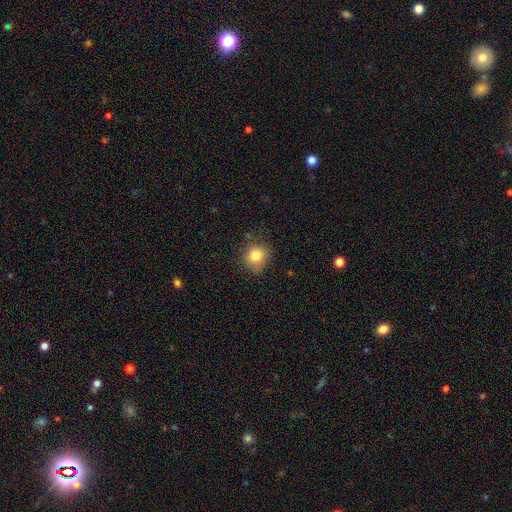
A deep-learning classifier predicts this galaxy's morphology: A smooth galaxy with no disk features (80%) that is round (79%). Merging: none (74%).